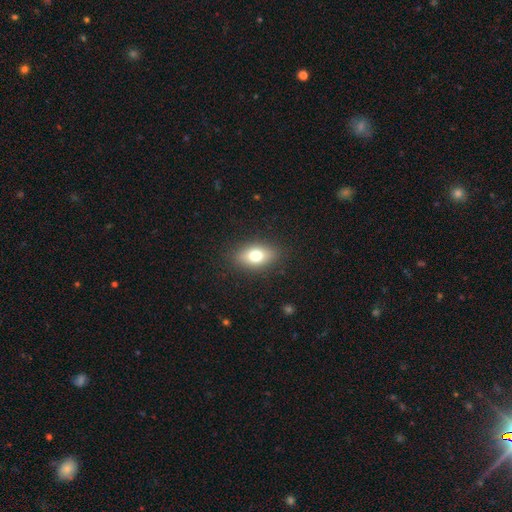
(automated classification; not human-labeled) Morphology: type=smooth (75%); roundness=in between (83%); merging=none (87%).